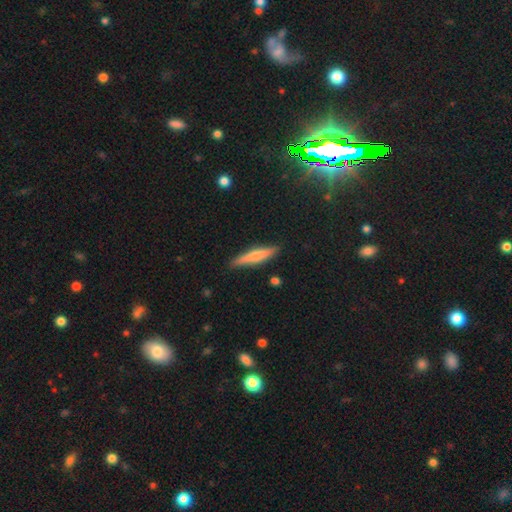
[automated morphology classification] Smooth or featured? smooth (59%)
How rounded? cigar-shaped (89%)
Merging? none (87%)